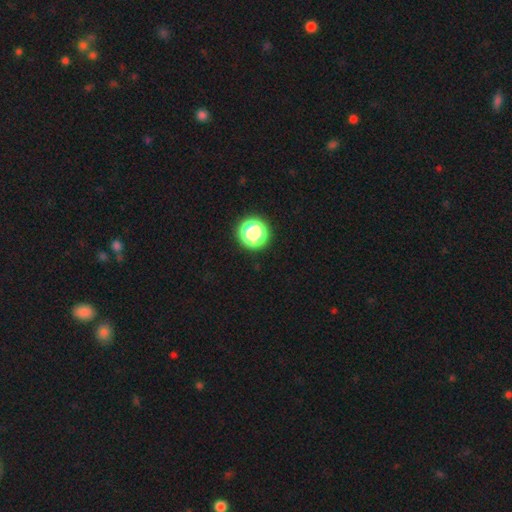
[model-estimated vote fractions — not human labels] smooth-or-featured: star or artifact: 67% | smooth: 27% | featured or disk: 6%